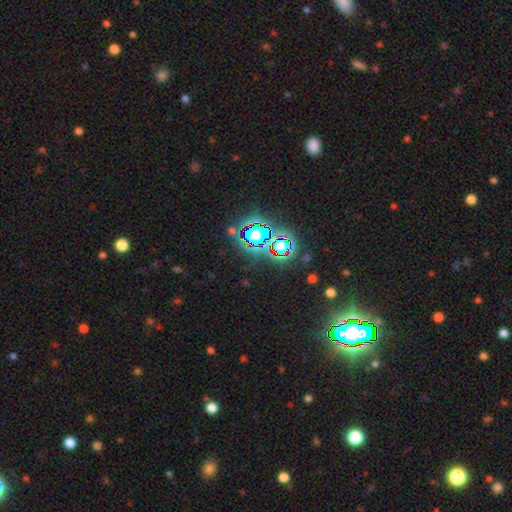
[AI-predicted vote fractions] Smooth or featured? Predicted: star or artifact (p=0.77).